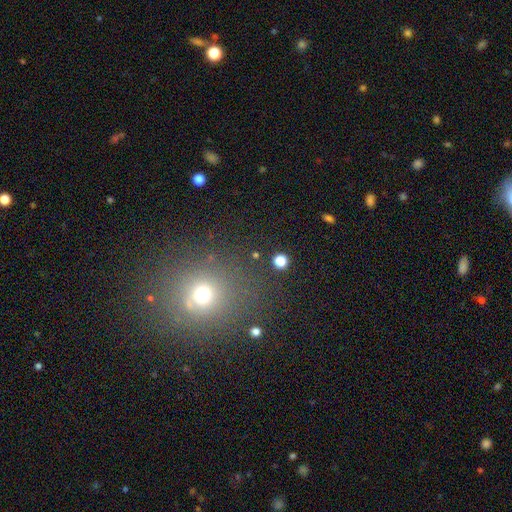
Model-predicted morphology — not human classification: smooth-or-featured: smooth: 54% | star or artifact: 35% | featured or disk: 11%
  how-rounded: round: 83% | in between: 15% | cigar-shaped: 2%
  merging: none: 81% | minor disturbance: 9% | merger: 5% | major disturbance: 5%